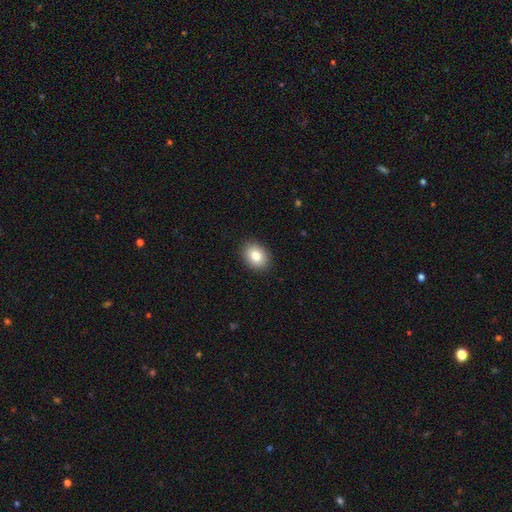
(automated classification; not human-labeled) The model was most divided on "how rounded": in between: 62%, round: 37%, cigar-shaped: 1%. More confident: merging — none (90%); smooth or featured — smooth (83%).